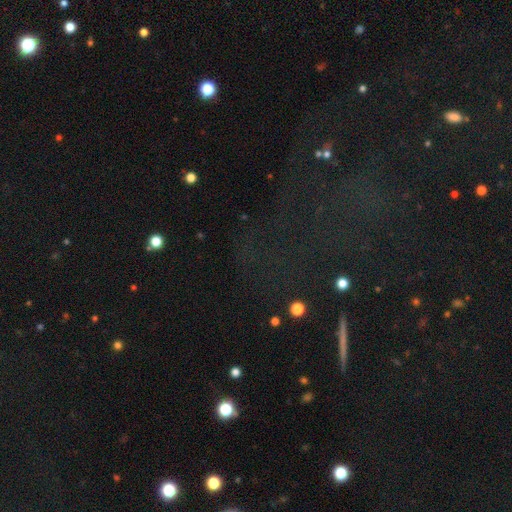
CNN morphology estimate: Smooth or featured: star or artifact — 67% (smooth — 21%)